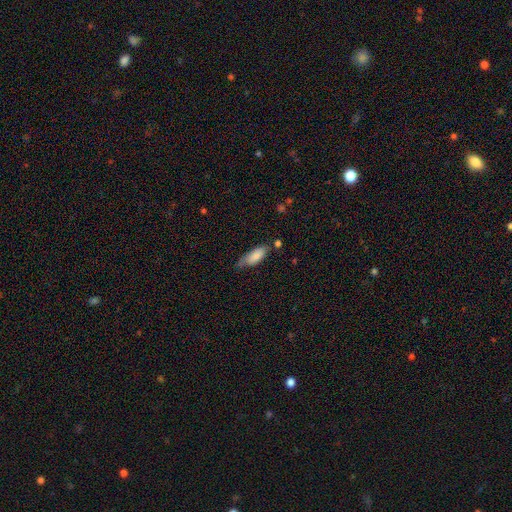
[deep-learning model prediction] Smooth or featured?
  - smooth: 81% *
  - featured or disk: 13%
  - star or artifact: 6%
How rounded?
  - in between: 75% *
  - cigar-shaped: 23%
  - round: 2%
Merging?
  - none: 45% *
  - minor disturbance: 37%
  - major disturbance: 11%
  - merger: 6%